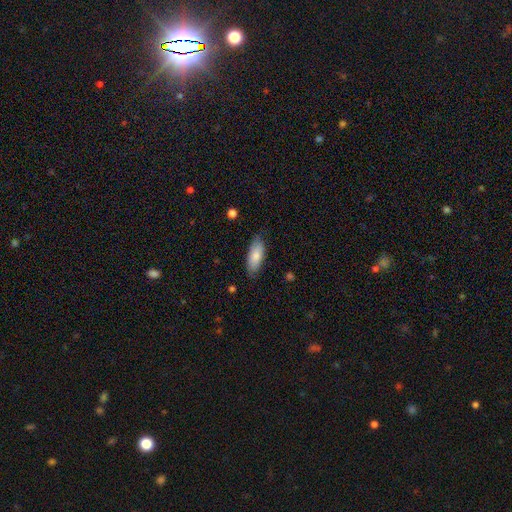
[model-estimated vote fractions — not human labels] Morphology: type=smooth (81%); roundness=in between (79%); merging=none (78%).